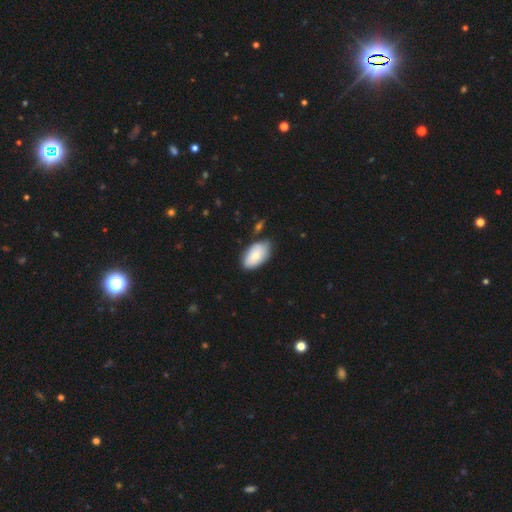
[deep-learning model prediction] smooth_or_featured: smooth (p=0.74) [alt: featured or disk p=0.20]
how_rounded: in between (p=0.95) [alt: round p=0.04]
merging: none (p=0.69) [alt: minor disturbance p=0.22]